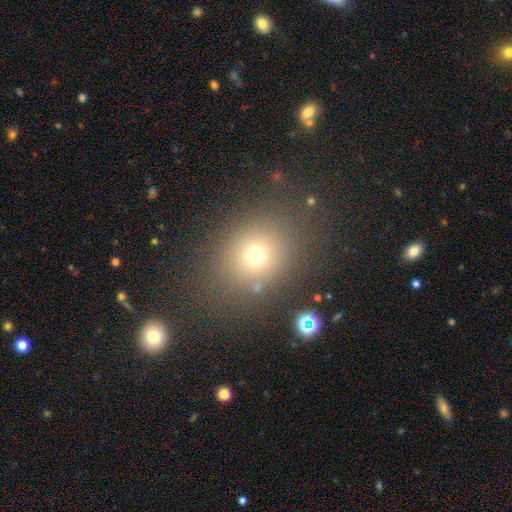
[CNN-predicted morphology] type=smooth (68%); roundness=round (63%); merging=none (81%).